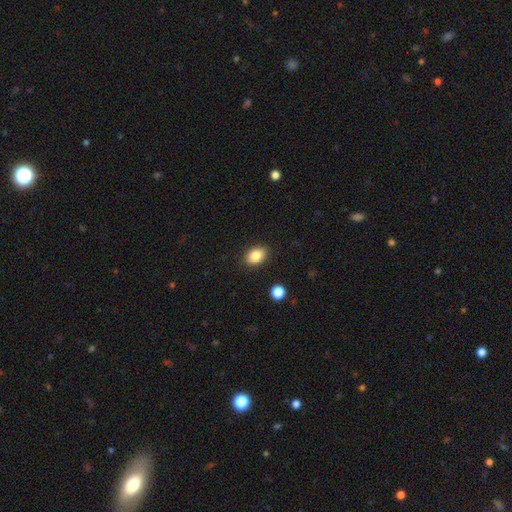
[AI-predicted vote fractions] Smooth or featured?
  - smooth: 84% *
  - star or artifact: 9%
  - featured or disk: 7%
How rounded?
  - in between: 80% *
  - round: 19%
  - cigar-shaped: 1%
Merging?
  - none: 88% *
  - minor disturbance: 8%
  - major disturbance: 2%
  - merger: 2%